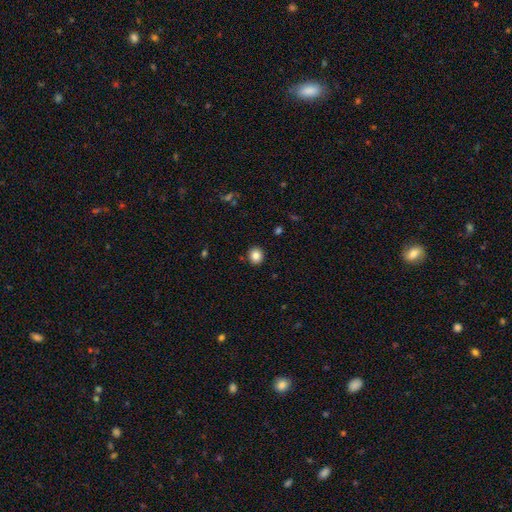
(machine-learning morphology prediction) type=smooth (84%); roundness=round (85%); merging=none (91%).